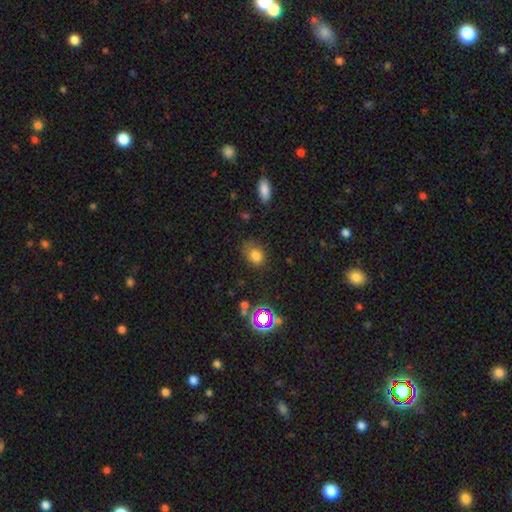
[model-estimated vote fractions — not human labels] A smooth galaxy with no disk features (76%) that is in between round and cigar-shaped (53%).

Vote fractions:
- Smooth or featured? smooth: 76% / star or artifact: 15% / featured or disk: 9%
- How rounded? in between: 53% / round: 46% / cigar-shaped: 1%
- Merging? none: 62% / minor disturbance: 25% / major disturbance: 10% / merger: 3%